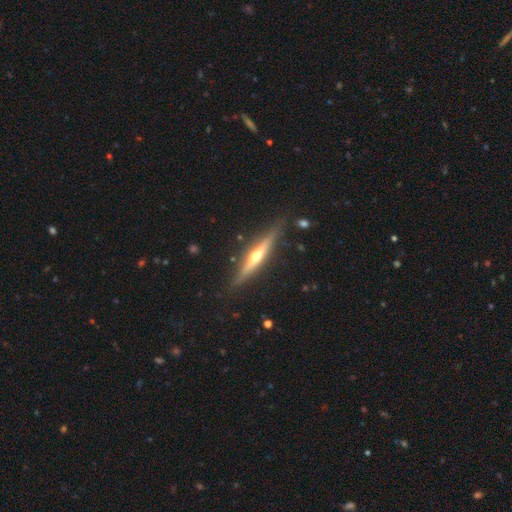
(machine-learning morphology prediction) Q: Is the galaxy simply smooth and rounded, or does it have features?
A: featured or disk — 71%.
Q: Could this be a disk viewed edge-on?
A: yes — 96%.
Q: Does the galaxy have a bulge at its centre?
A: rounded — 89%.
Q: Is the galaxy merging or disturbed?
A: none — 85%.